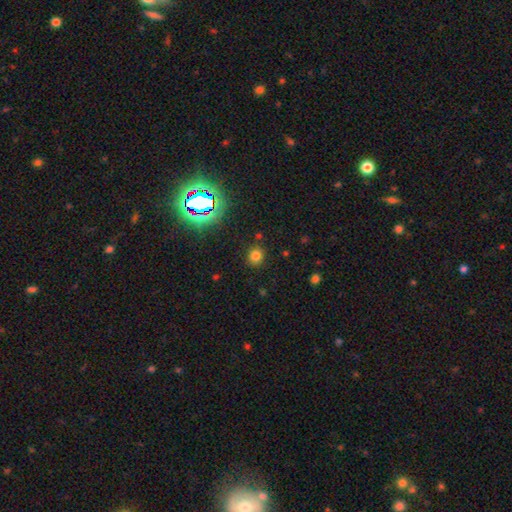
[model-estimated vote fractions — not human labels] Smooth or featured?
  - smooth: 74% *
  - star or artifact: 20%
  - featured or disk: 6%
How rounded?
  - round: 82% *
  - in between: 17%
  - cigar-shaped: 1%
Merging?
  - none: 86% *
  - minor disturbance: 8%
  - major disturbance: 3%
  - merger: 3%